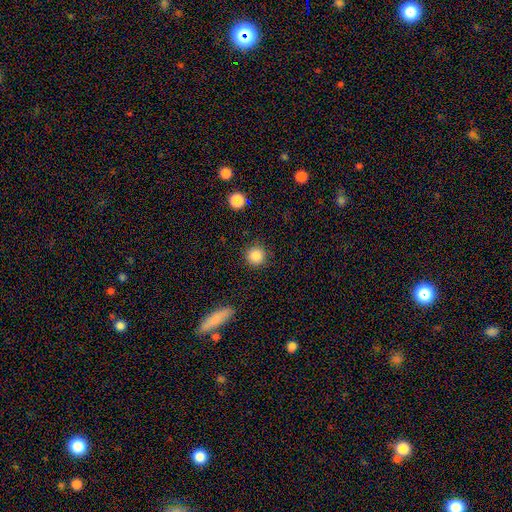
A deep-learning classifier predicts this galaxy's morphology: A smooth galaxy with no disk features (86%) that is round (94%).

Vote fractions:
- Smooth or featured? smooth: 86% / star or artifact: 10% / featured or disk: 4%
- How rounded? round: 94% / in between: 5% / cigar-shaped: 1%
- Merging? none: 89% / minor disturbance: 7% / major disturbance: 2% / merger: 1%